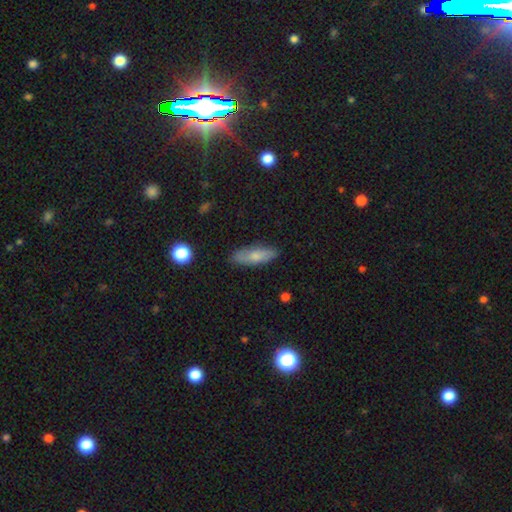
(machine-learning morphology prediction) A smooth galaxy with no disk features (73%) that is in between round and cigar-shaped (52%).

Vote fractions:
- Smooth or featured? smooth: 73% / featured or disk: 20% / star or artifact: 7%
- How rounded? in between: 52% / cigar-shaped: 45% / round: 3%
- Merging? none: 84% / minor disturbance: 12% / major disturbance: 2% / merger: 2%